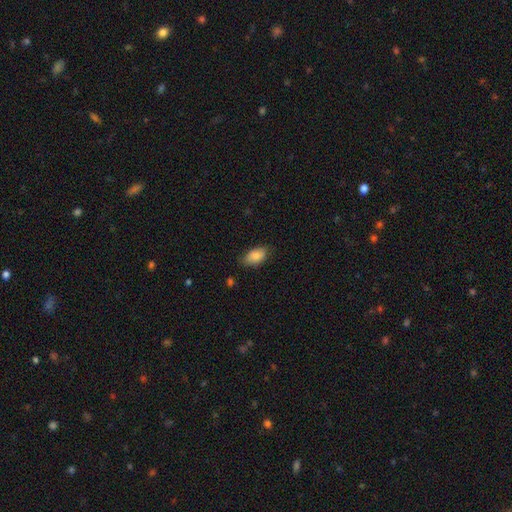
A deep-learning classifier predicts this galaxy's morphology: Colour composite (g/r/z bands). It shows a smooth galaxy with no disk features (85%) that is in between round and cigar-shaped (92%). Merging: none (76%).